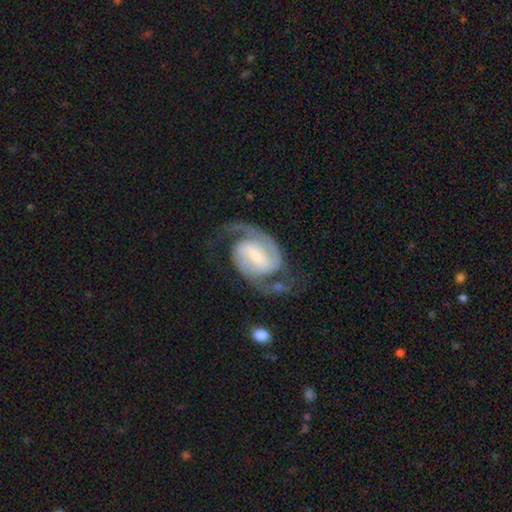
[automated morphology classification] This appears to be a featured or disk galaxy (91%) with a weak bar (42%), 2 (93%) medium (52%) spiral arms (98%) and a small central bulge (60%). Merging: none (71%).